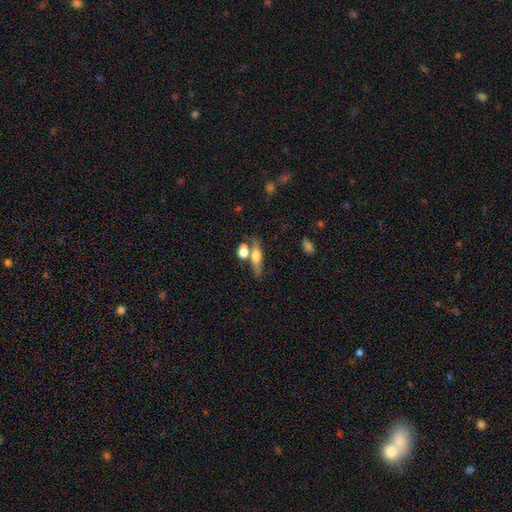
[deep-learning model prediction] smooth 54%, featured or disk 36%, star or artifact 9%. Down the decision tree: how rounded — cigar-shaped (47%); merging — none (55%).